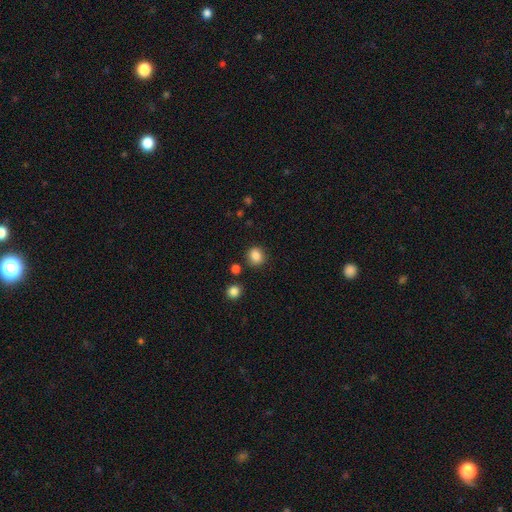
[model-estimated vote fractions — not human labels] Smooth or featured: smooth — 86% (star or artifact — 10%)
How rounded: round — 78% (in between — 21%)
Merging: none — 84% (minor disturbance — 9%)